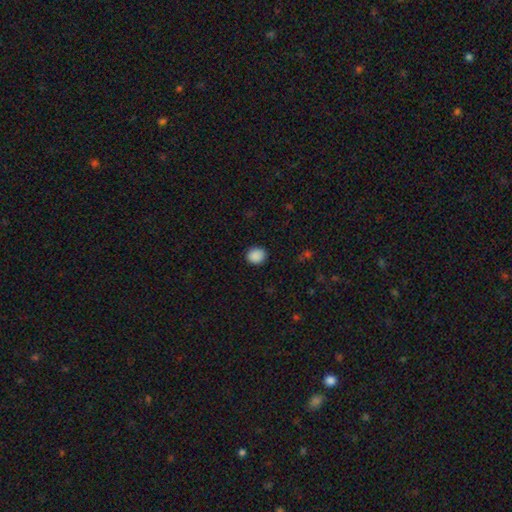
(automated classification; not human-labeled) A smooth galaxy with no disk features (89%) that is round (79%).

Vote fractions:
- Smooth or featured? smooth: 89% / star or artifact: 9% / featured or disk: 3%
- How rounded? round: 79% / in between: 20% / cigar-shaped: 1%
- Merging? none: 90% / minor disturbance: 7% / major disturbance: 2% / merger: 1%